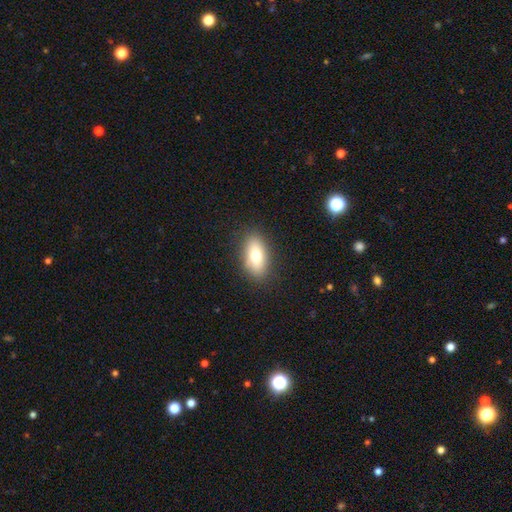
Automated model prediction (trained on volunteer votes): Smooth or featured? Predicted: smooth (p=0.74). How rounded? Predicted: in between (p=0.87). Merging? Predicted: none (p=0.87).